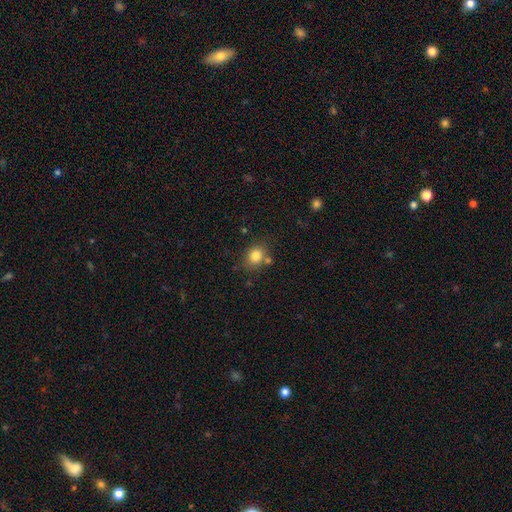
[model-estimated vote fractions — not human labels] smooth-or-featured: smooth: 82% | star or artifact: 11% | featured or disk: 7%
  how-rounded: round: 66% | in between: 33% | cigar-shaped: 1%
  merging: none: 70% | minor disturbance: 13% | merger: 13% | major disturbance: 4%